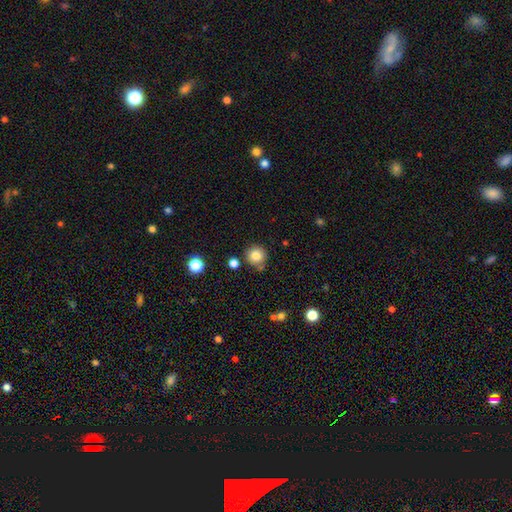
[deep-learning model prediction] This appears to be a smooth galaxy with no disk features (82%) that is round (94%). Merging: none (81%).